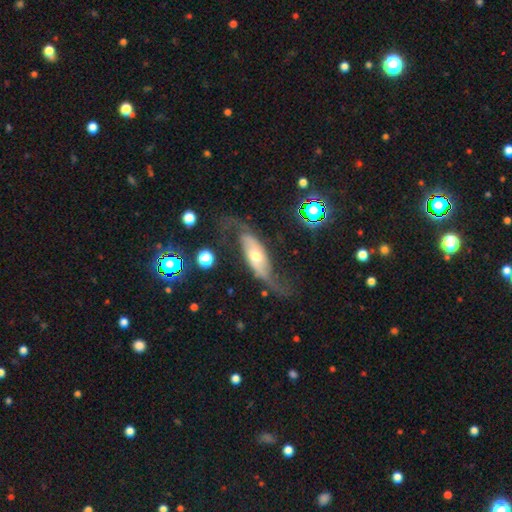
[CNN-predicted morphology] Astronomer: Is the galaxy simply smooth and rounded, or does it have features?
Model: featured or disk — 79%.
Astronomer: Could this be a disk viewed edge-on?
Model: no — 86%.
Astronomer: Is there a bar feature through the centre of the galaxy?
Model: no — 57%.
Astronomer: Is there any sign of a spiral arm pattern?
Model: yes — 92%.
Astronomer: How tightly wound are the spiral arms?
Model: loose — 76%.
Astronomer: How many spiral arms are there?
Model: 2 — 91%.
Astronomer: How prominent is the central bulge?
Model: moderate — 65%.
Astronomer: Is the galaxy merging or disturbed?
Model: none — 61%.